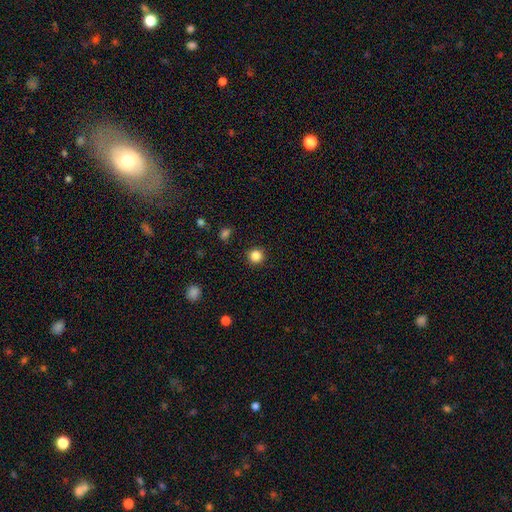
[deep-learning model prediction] This appears to be a smooth galaxy with no disk features (84%) that is round (94%). Merging: none (92%).